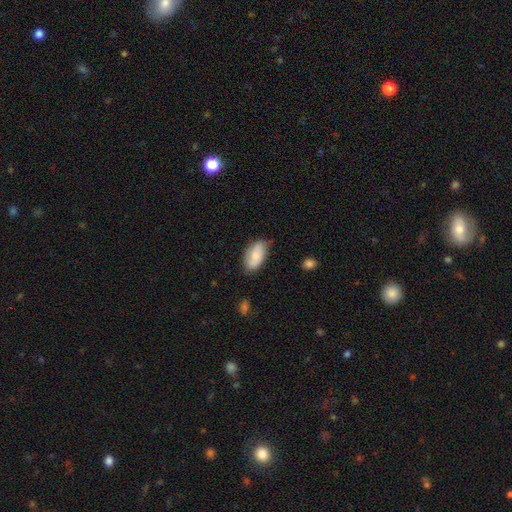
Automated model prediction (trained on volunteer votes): This is likely a smooth galaxy (69%). How rounded: clearly in between (93%). Merging: likely none (70%).